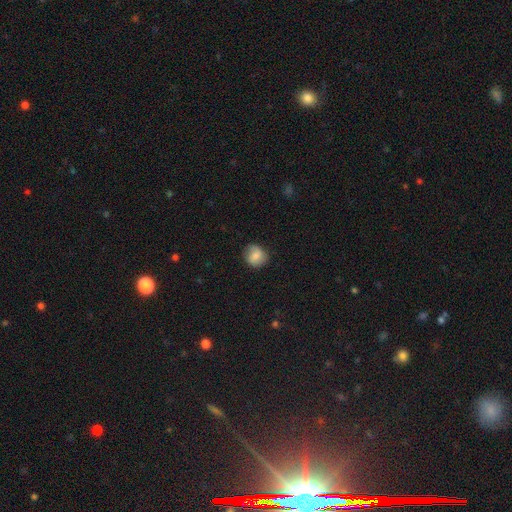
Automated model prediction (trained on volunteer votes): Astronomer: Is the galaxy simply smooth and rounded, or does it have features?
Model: smooth — 76%.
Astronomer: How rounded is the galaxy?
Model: round — 81%.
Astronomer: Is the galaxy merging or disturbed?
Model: none — 79%.